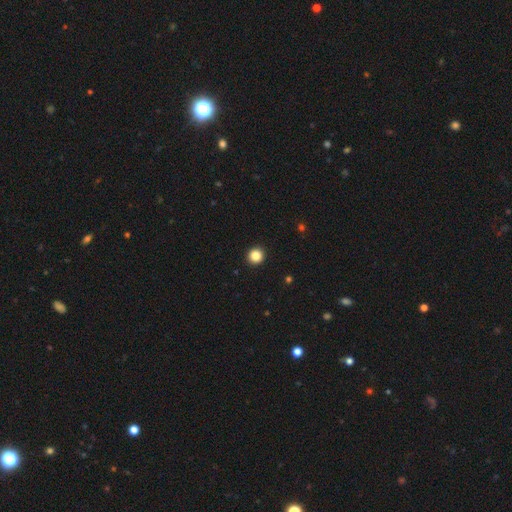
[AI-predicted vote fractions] Overall: smooth (86%). How rounded: round (95%). Merging: none (94%).